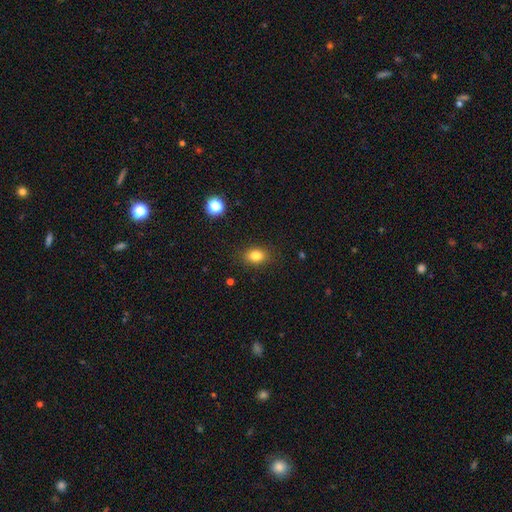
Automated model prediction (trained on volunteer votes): A smooth galaxy with no disk features (82%) that is in between round and cigar-shaped (74%).

Vote fractions:
- Smooth or featured? smooth: 82% / star or artifact: 11% / featured or disk: 7%
- How rounded? in between: 74% / round: 24% / cigar-shaped: 2%
- Merging? none: 86% / minor disturbance: 10% / major disturbance: 3% / merger: 1%